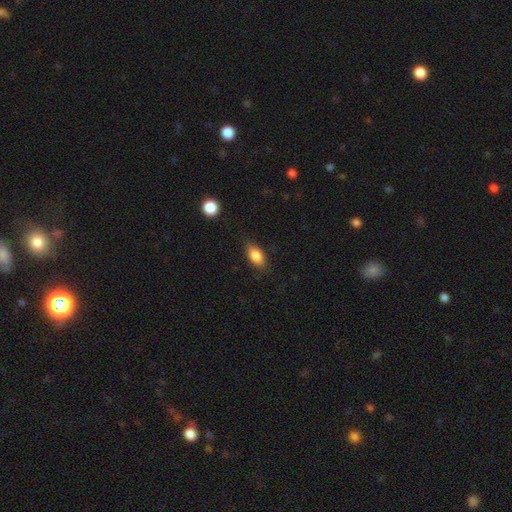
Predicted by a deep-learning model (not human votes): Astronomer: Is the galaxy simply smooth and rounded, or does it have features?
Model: smooth — 84%.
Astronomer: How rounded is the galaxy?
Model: in between — 87%.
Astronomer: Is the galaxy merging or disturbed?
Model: none — 82%.